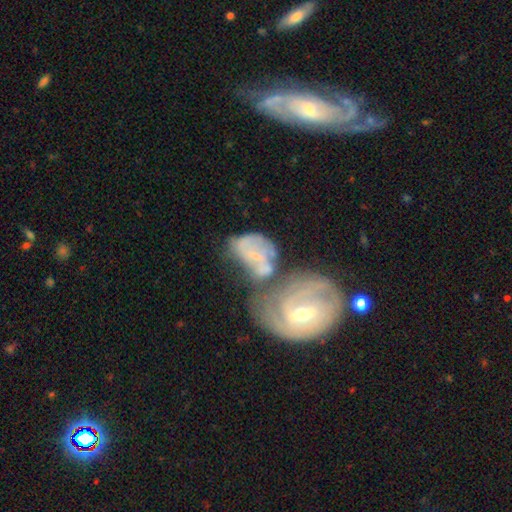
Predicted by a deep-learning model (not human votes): A featured or disk galaxy (67%) with no bar (43%), spiral arms (75%) and a small central bulge (58%).

Vote fractions:
- Smooth or featured? featured or disk: 67% / smooth: 26% / star or artifact: 8%
- Edge-on disk? no: 97% / yes: 3%
- Bar? no: 43% / weak: 41% / strong: 16%
- Spiral arms? yes: 75% / no: 25%
- Bulge size? small: 58% / moderate: 32% / none: 7% / large: 2% / dominant: 1%
- Merging? merger: 59% / none: 17% / minor disturbance: 13% / major disturbance: 12%